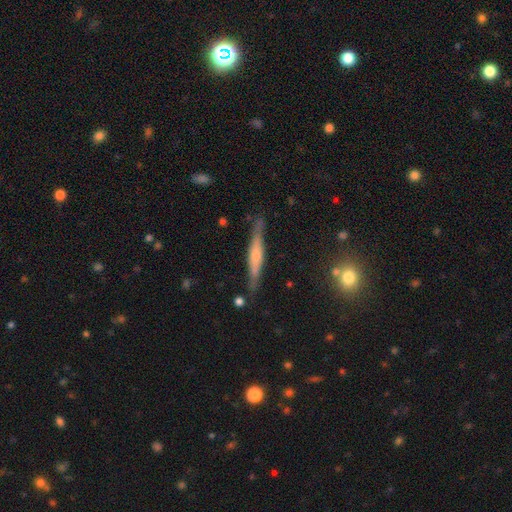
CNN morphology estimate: smooth-or-featured: featured or disk: 57% | smooth: 36% | star or artifact: 7%
  disk-edge-on: yes: 95% | no: 5%
    edge-on-bulge: rounded: 44% | boxy: 33% | none: 23%
  merging: none: 83% | minor disturbance: 12% | major disturbance: 3% | merger: 2%